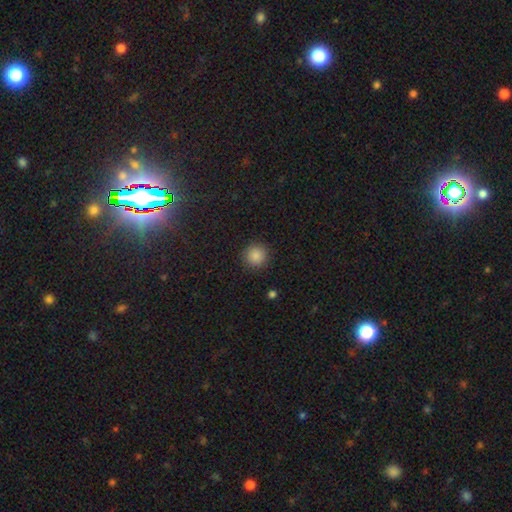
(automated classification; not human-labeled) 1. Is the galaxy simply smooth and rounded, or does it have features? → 87% smooth, 10% star or artifact, 3% featured or disk.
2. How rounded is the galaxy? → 95% round, 5% in between, 1% cigar-shaped.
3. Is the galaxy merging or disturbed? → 91% none, 5% minor disturbance, 2% major disturbance, 1% merger.